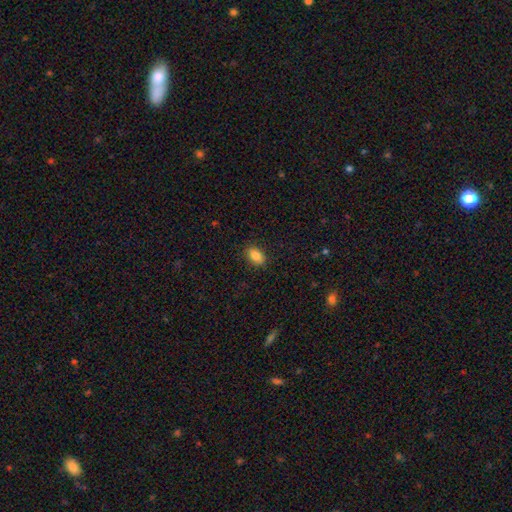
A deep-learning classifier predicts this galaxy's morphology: The model was most divided on "smooth or featured": smooth: 84%, star or artifact: 8%, featured or disk: 8%. More confident: merging — none (88%); how rounded — in between (87%).